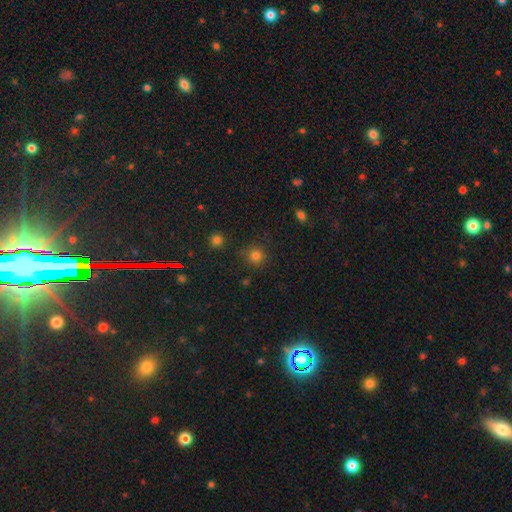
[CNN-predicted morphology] Smooth or featured?
  - smooth: 78% *
  - star or artifact: 17%
  - featured or disk: 5%
How rounded?
  - round: 92% *
  - in between: 7%
  - cigar-shaped: 1%
Merging?
  - none: 84% *
  - minor disturbance: 10%
  - major disturbance: 3%
  - merger: 3%